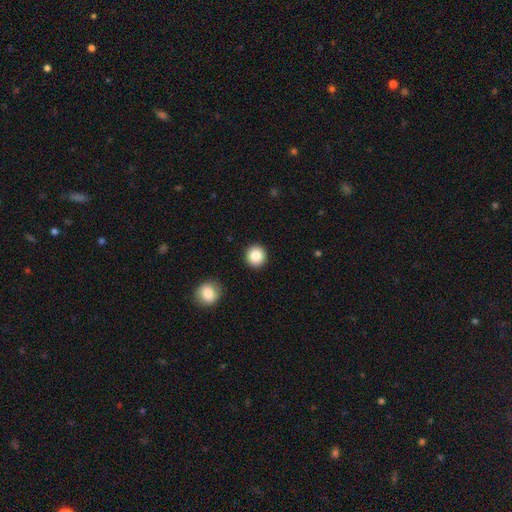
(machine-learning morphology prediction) Smooth or featured? smooth (85%)
How rounded? round (93%)
Merging? none (91%)